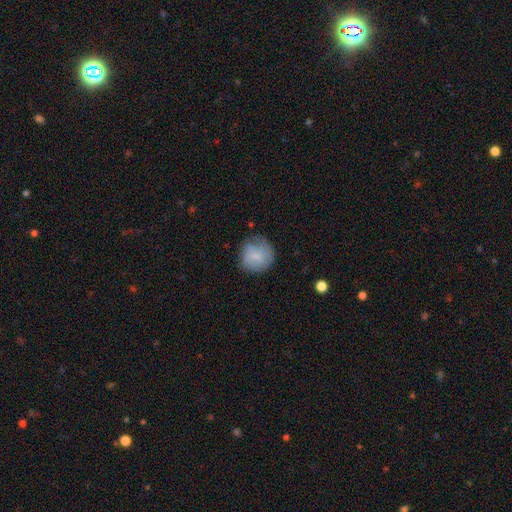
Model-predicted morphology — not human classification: Smooth or featured? Predicted: smooth (p=0.73). How rounded? Predicted: round (p=0.89). Merging? Predicted: none (p=0.65).